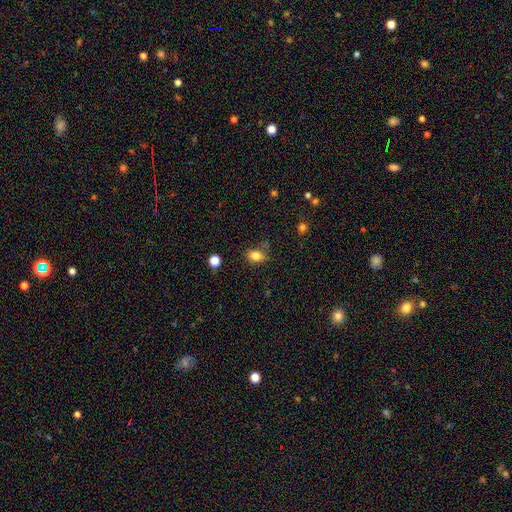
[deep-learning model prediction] Smooth or featured?
  - smooth: 81% *
  - star or artifact: 11%
  - featured or disk: 7%
How rounded?
  - in between: 67% *
  - round: 31%
  - cigar-shaped: 2%
Merging?
  - none: 69% *
  - minor disturbance: 22%
  - major disturbance: 6%
  - merger: 3%